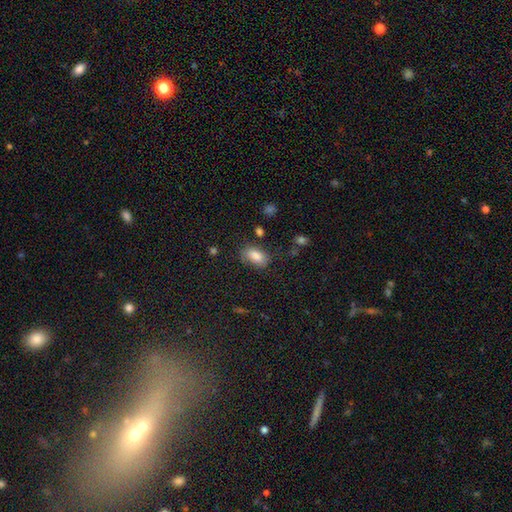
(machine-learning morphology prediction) Smooth or featured?
  - smooth: 84% *
  - star or artifact: 9%
  - featured or disk: 7%
How rounded?
  - in between: 91% *
  - round: 6%
  - cigar-shaped: 3%
Merging?
  - none: 73% *
  - minor disturbance: 19%
  - major disturbance: 5%
  - merger: 3%